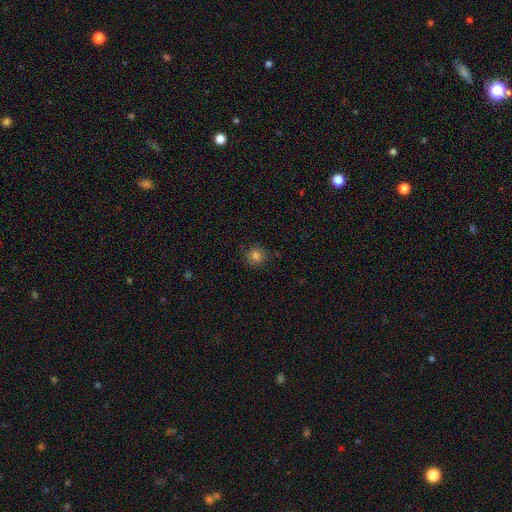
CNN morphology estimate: Smooth or featured: smooth — 80% (star or artifact — 13%)
How rounded: round — 84% (in between — 15%)
Merging: none — 83% (minor disturbance — 13%)